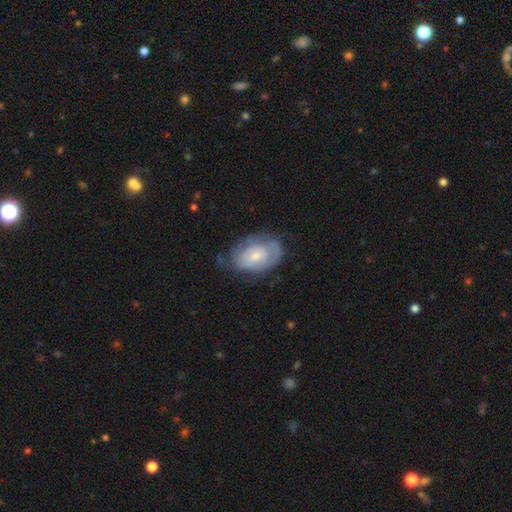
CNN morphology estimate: The model was most divided on "bulge size": small: 48%, moderate: 43%, large: 5%, none: 4%, dominant: 1%. More confident: edge-on disk — no (95%); spiral arms — yes (68%); bar — no (68%); merging — none (64%); smooth or featured — featured or disk (56%).